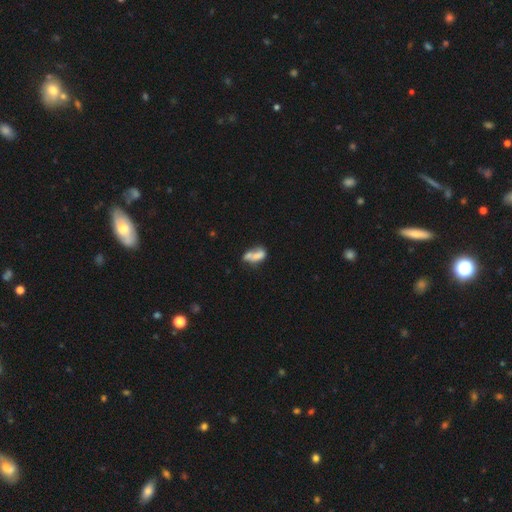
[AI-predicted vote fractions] smooth 60%, featured or disk 30%, star or artifact 10%. Down the decision tree: how rounded — in between (79%); merging — merger (43%).